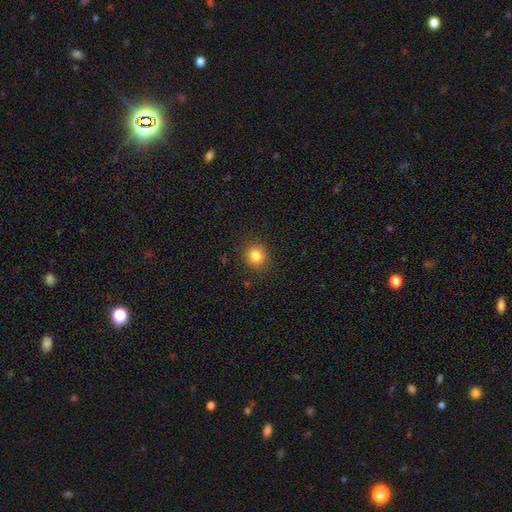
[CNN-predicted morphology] smooth_or_featured: smooth (p=0.82) [alt: star or artifact p=0.12]
how_rounded: round (p=0.90) [alt: in between p=0.09]
merging: none (p=0.90) [alt: minor disturbance p=0.07]